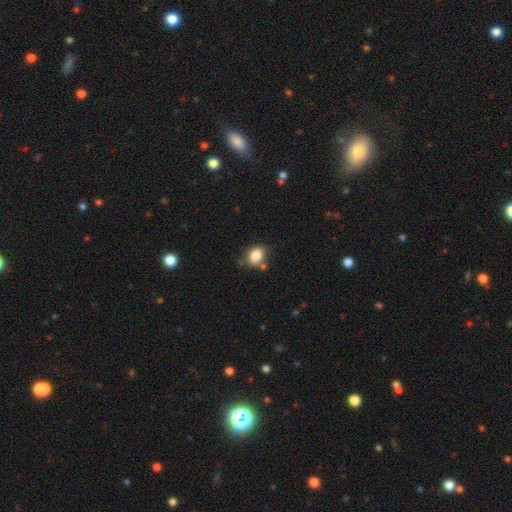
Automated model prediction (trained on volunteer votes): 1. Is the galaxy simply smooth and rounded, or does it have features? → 82% smooth, 9% star or artifact, 9% featured or disk.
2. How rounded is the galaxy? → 58% in between, 41% round, 1% cigar-shaped.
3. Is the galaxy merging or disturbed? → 65% none, 19% minor disturbance, 10% merger, 5% major disturbance.